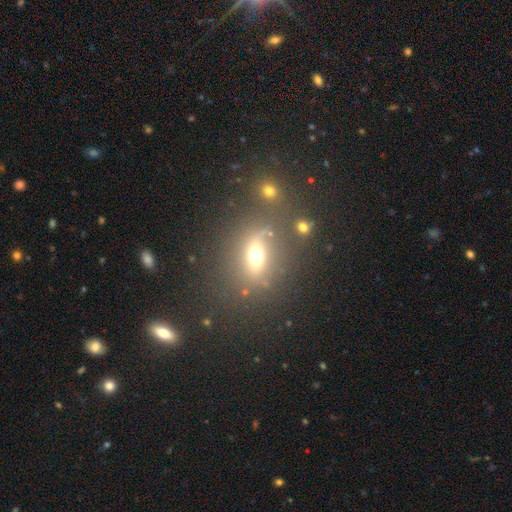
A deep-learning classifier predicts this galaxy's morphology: A smooth galaxy with no disk features (54%) that is in between round and cigar-shaped (56%).

Vote fractions:
- Smooth or featured? smooth: 54% / featured or disk: 27% / star or artifact: 19%
- How rounded? in between: 56% / round: 34% / cigar-shaped: 10%
- Merging? none: 64% / minor disturbance: 15% / merger: 12% / major disturbance: 10%